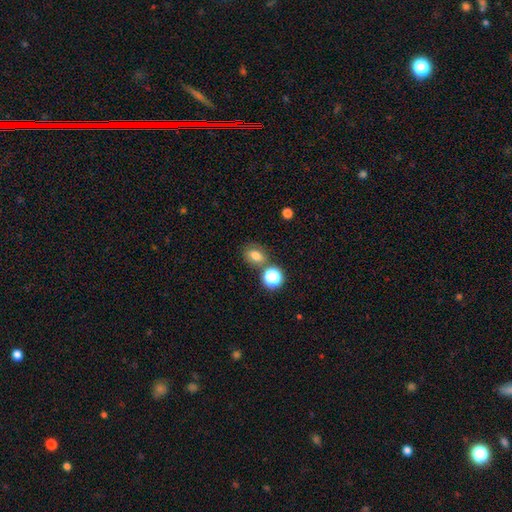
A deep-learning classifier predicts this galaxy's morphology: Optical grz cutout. It shows a smooth galaxy with no disk features (75%) that is in between round and cigar-shaped (55%). Merging: none (70%).